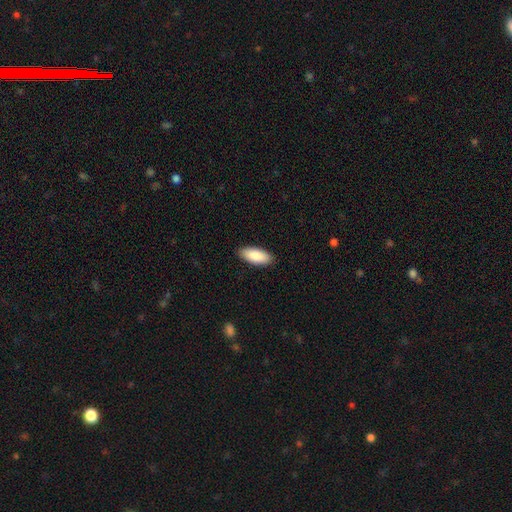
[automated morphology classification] This appears to be a smooth galaxy with no disk features (89%) that is in between round and cigar-shaped (84%). Merging: none (90%).